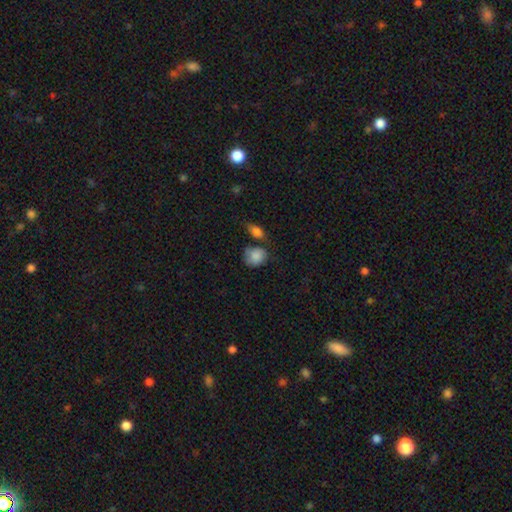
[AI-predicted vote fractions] Smooth or featured?
  - smooth: 85% *
  - featured or disk: 8%
  - star or artifact: 7%
How rounded?
  - round: 50% *
  - in between: 48%
  - cigar-shaped: 1%
Merging?
  - none: 48% *
  - minor disturbance: 26%
  - merger: 18%
  - major disturbance: 8%